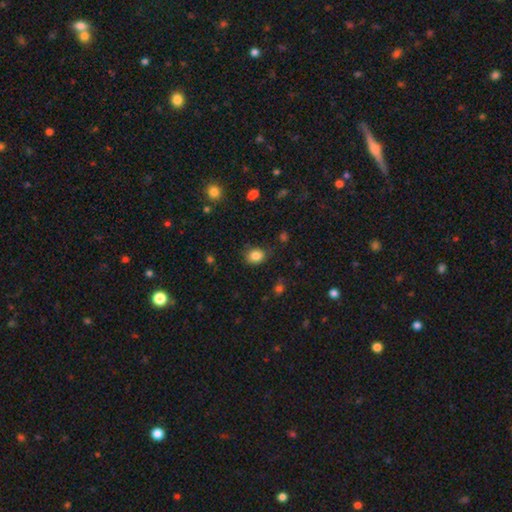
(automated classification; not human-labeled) Smooth or featured: smooth — 85% (star or artifact — 11%)
How rounded: round — 55% (in between — 44%)
Merging: none — 76% (minor disturbance — 17%)